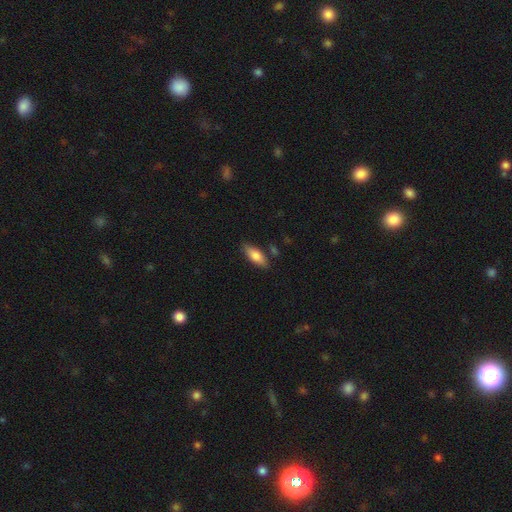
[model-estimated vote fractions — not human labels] Smooth or featured?
  - smooth: 80% *
  - featured or disk: 14%
  - star or artifact: 6%
How rounded?
  - in between: 75% *
  - cigar-shaped: 23%
  - round: 2%
Merging?
  - none: 82% *
  - minor disturbance: 12%
  - merger: 3%
  - major disturbance: 2%